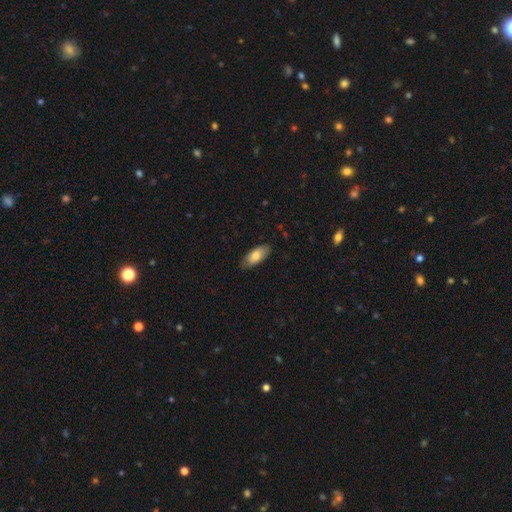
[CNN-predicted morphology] The model was most divided on "smooth or featured": smooth: 77%, featured or disk: 17%, star or artifact: 6%. More confident: how rounded — in between (88%); merging — none (79%).